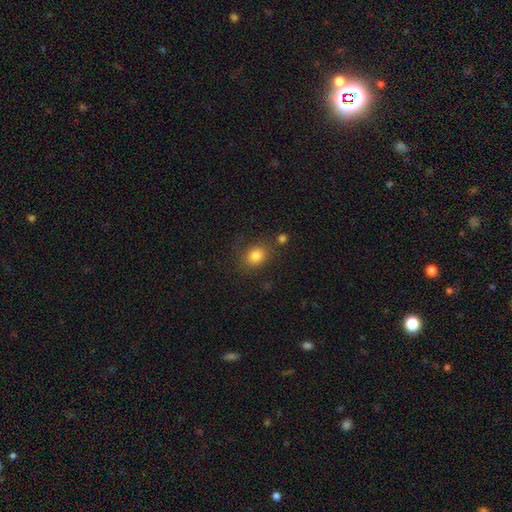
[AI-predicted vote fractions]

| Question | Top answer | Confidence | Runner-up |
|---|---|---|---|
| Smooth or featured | smooth | 82% | star or artifact (11%) |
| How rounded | round | 58% | in between (41%) |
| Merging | none | 74% | minor disturbance (14%) |